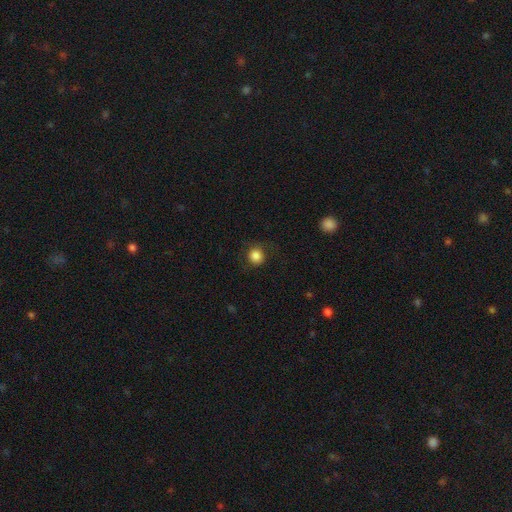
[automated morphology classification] smooth 84%, star or artifact 10%, featured or disk 5%. Down the decision tree: how rounded — round (92%); merging — none (80%).